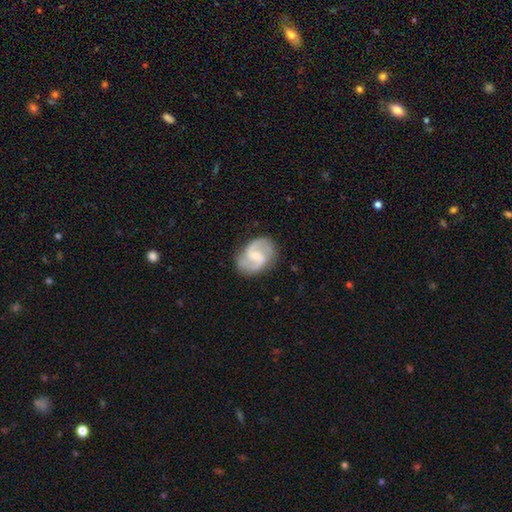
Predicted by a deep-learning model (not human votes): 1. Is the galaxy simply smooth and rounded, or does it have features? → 86% featured or disk, 10% smooth, 5% star or artifact.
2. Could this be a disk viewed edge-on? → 98% no, 2% yes.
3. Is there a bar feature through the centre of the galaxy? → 53% weak, 34% no, 13% strong.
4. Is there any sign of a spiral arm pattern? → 97% yes, 3% no.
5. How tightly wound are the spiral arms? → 57% medium, 26% loose, 17% tight.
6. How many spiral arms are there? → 92% 2, 3% can't tell, 2% 3, 1% 1, 1% 4, 1% more than 4.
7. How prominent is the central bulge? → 55% small, 39% moderate, 3% none, 2% large, 1% dominant.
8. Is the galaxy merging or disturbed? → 80% none, 14% minor disturbance, 4% major disturbance, 1% merger.